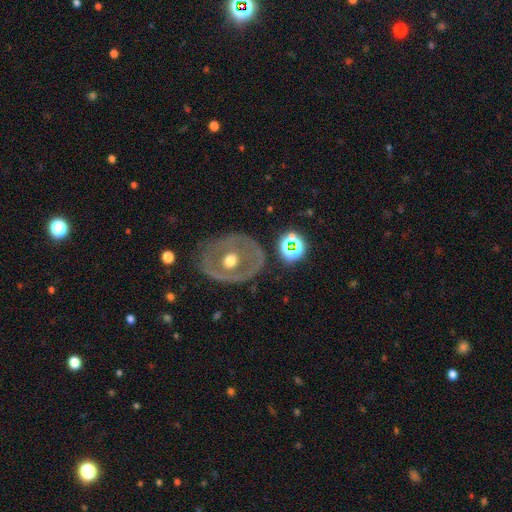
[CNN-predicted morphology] A featured or disk galaxy (65%) with no bar (76%), no spiral arms (76%) and a moderate central bulge (71%). Merging: none (79%).